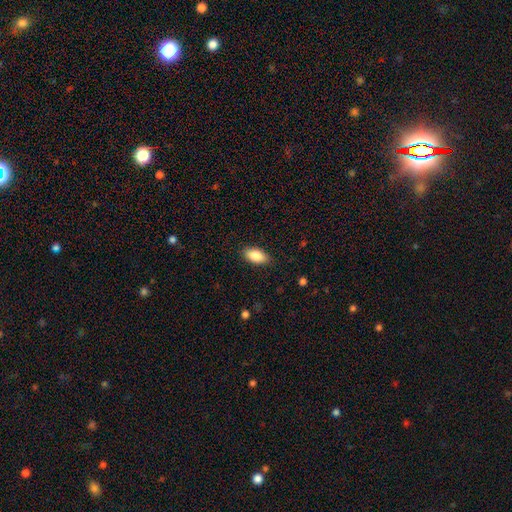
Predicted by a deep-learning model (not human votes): Smooth or featured?
  - smooth: 87% *
  - star or artifact: 7%
  - featured or disk: 6%
How rounded?
  - in between: 92% *
  - cigar-shaped: 5%
  - round: 3%
Merging?
  - none: 87% *
  - minor disturbance: 10%
  - major disturbance: 2%
  - merger: 1%